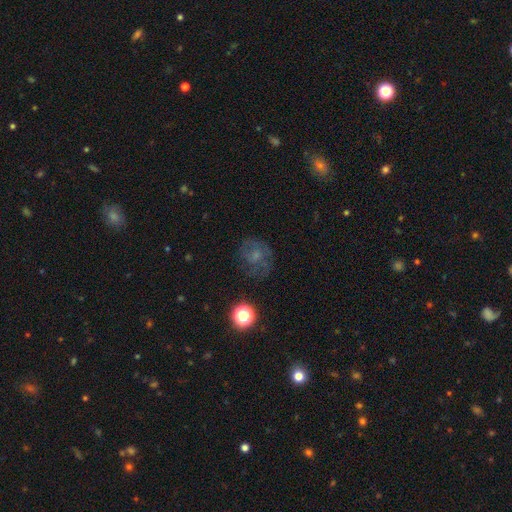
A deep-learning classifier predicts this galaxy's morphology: A smooth galaxy with no disk features (40%, tied with featured or disk).

Vote fractions:
- Smooth or featured? smooth: 40% (tied) / featured or disk: 40% (tied) / star or artifact: 20%
- Merging? none: 60% / minor disturbance: 21% / major disturbance: 18% / merger: 2%